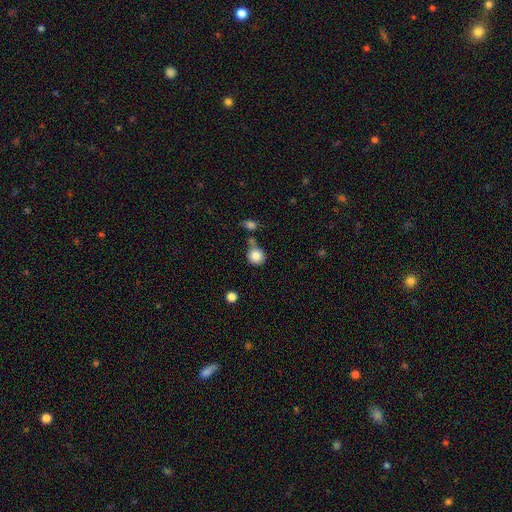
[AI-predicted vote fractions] Morphology: type=smooth (85%); roundness=round (88%); merging=none (61%).